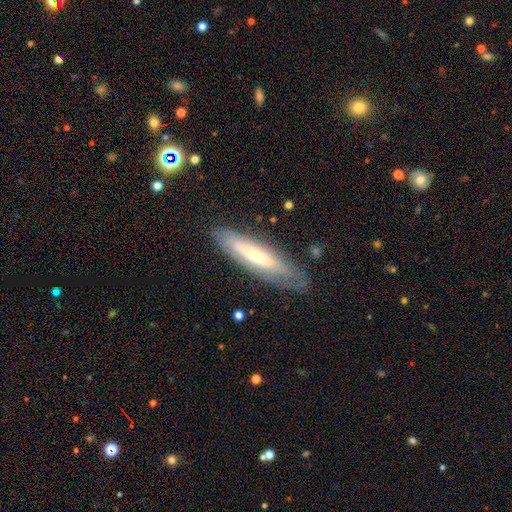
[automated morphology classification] This appears to be a featured or disk galaxy (56%). Merging: none (77%).